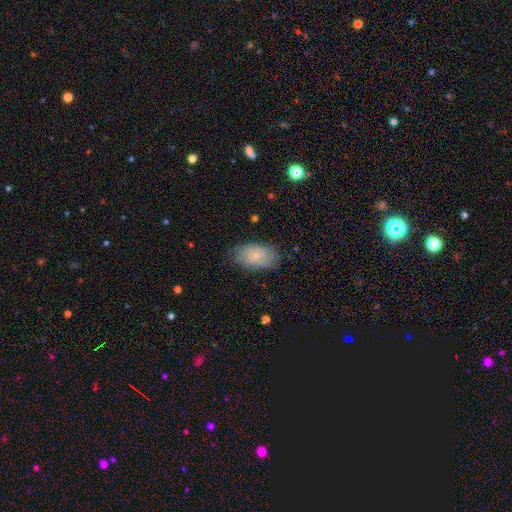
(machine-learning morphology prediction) smooth-or-featured: smooth: 46% (tied) | featured or disk: 46% (tied) | star or artifact: 8%
  merging: none: 75% | minor disturbance: 19% | major disturbance: 5% | merger: 1%